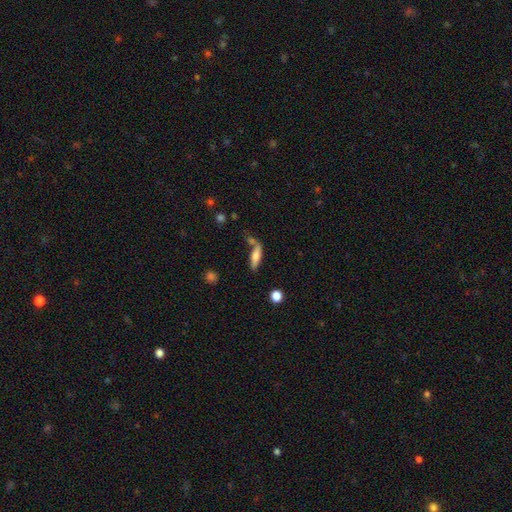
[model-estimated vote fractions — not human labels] A smooth galaxy with no disk features (65%) that is cigar-shaped (59%).

Vote fractions:
- Smooth or featured? smooth: 65% / featured or disk: 27% / star or artifact: 8%
- How rounded? cigar-shaped: 59% / in between: 39% / round: 3%
- Merging? none: 57% / merger: 21% / minor disturbance: 16% / major disturbance: 6%